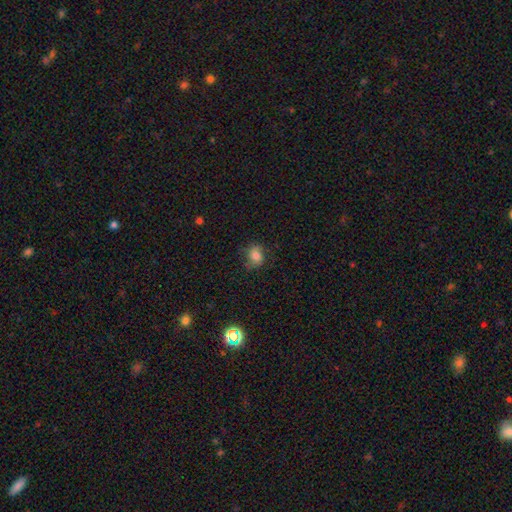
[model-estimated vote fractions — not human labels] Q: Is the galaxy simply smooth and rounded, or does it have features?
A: smooth — 73%.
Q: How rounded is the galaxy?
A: round — 59%.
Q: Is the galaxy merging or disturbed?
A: none — 66%.